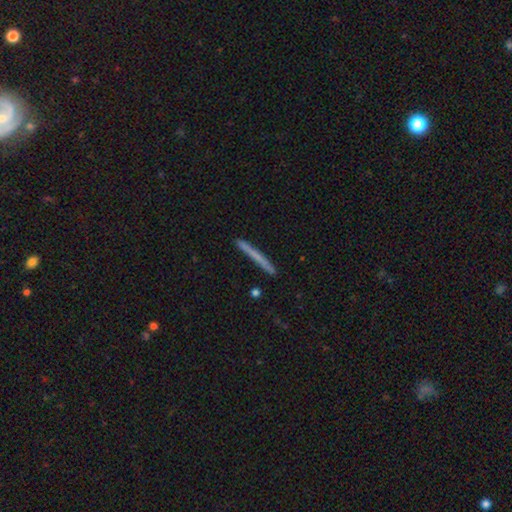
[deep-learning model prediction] A smooth galaxy with no disk features (57%) that is cigar-shaped (97%).

Vote fractions:
- Smooth or featured? smooth: 57% / featured or disk: 37% / star or artifact: 6%
- How rounded? cigar-shaped: 97% / in between: 2% / round: 2%
- Merging? none: 89% / minor disturbance: 8% / merger: 2% / major disturbance: 2%